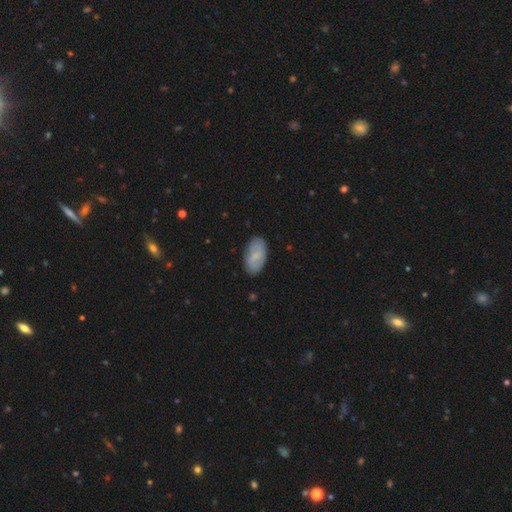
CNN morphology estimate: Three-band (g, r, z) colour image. It shows a smooth galaxy with no disk features (62%) that is in between round and cigar-shaped (94%). Merging: none (84%).